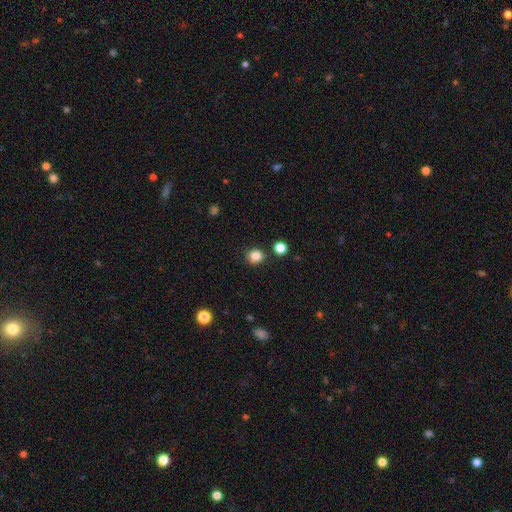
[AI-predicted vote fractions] smooth 84%, star or artifact 12%, featured or disk 4%. Down the decision tree: how rounded — round (85%); merging — none (86%).